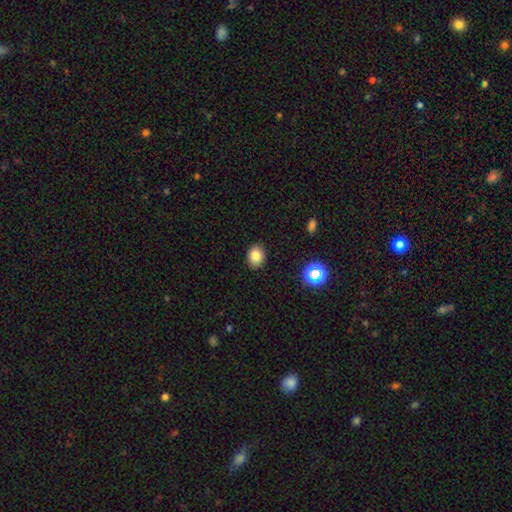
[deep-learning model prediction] The model was most divided on "how rounded": round: 54%, in between: 45%, cigar-shaped: 1%. More confident: merging — none (89%); smooth or featured — smooth (81%).